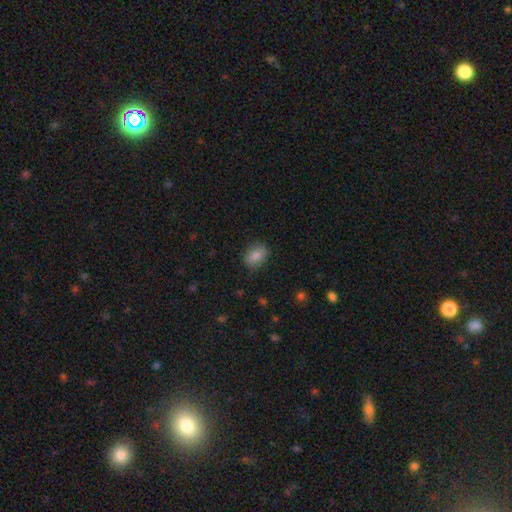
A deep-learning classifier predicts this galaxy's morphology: Overall: smooth (84%). How rounded: in between (71%). Merging: none (82%).